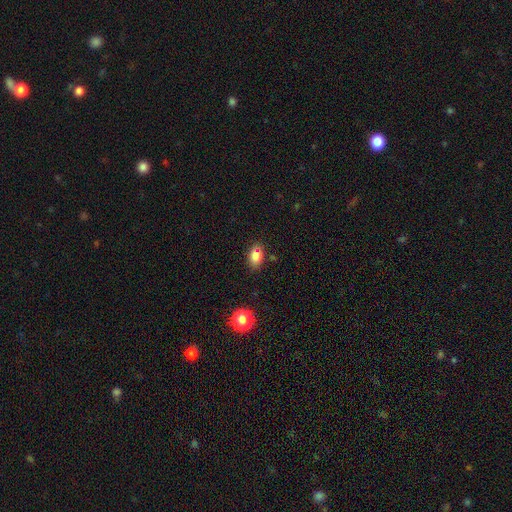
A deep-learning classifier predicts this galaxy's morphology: This appears to be a smooth galaxy with no disk features (80%) that is in between round and cigar-shaped (83%). Merging: none (77%).